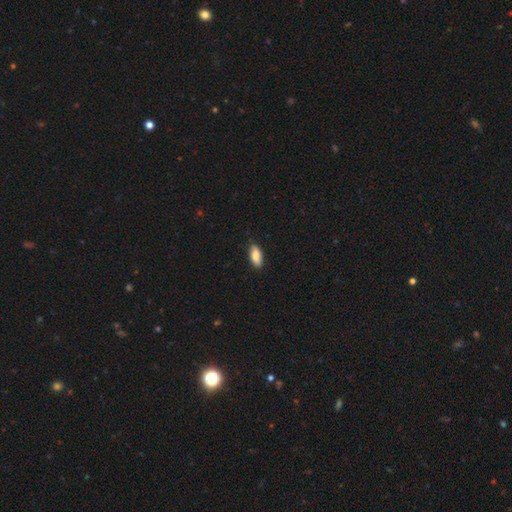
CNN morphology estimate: type=smooth (86%); roundness=in between (84%); merging=none (82%).